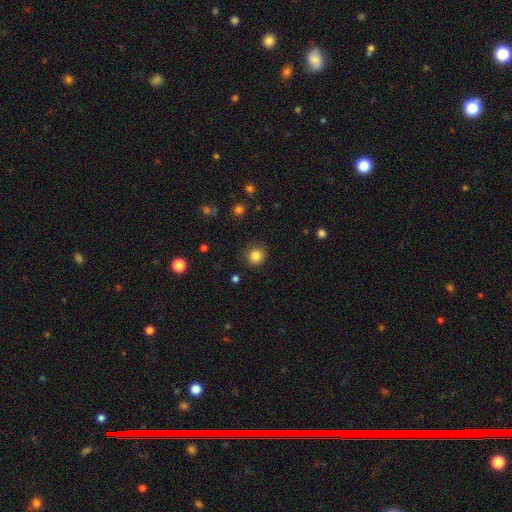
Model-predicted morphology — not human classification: Smooth or featured? Predicted: smooth (p=0.84). How rounded? Predicted: round (p=0.92). Merging? Predicted: none (p=0.89).